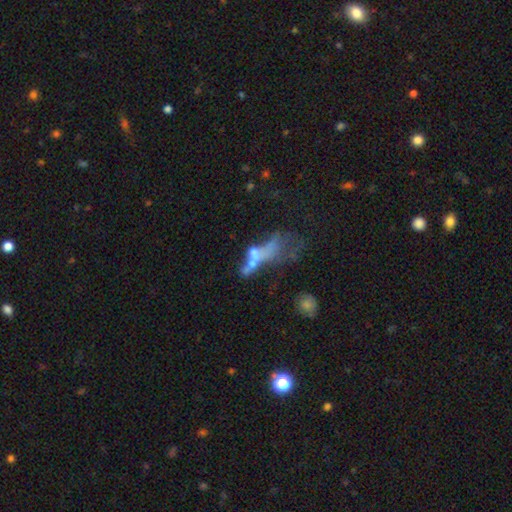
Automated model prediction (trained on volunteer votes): A featured or disk galaxy (45%).

Vote fractions:
- Smooth or featured? featured or disk: 45% / smooth: 36% / star or artifact: 19%
- Merging? merger: 38% / major disturbance: 32% / none: 19% / minor disturbance: 11%